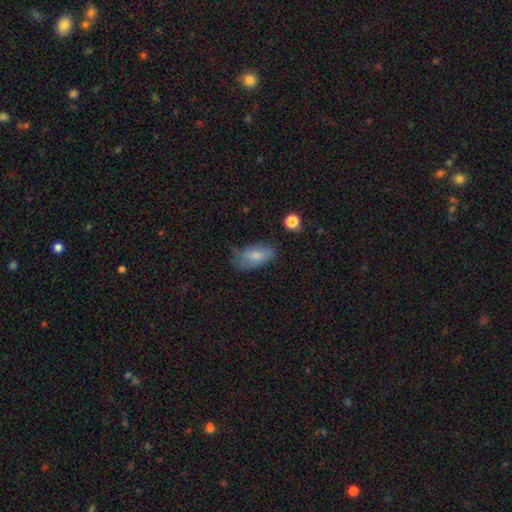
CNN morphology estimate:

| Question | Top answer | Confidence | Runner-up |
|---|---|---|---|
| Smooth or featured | smooth | 75% | featured or disk (17%) |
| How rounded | in between | 91% | cigar-shaped (5%) |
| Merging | none | 48% | minor disturbance (37%) |